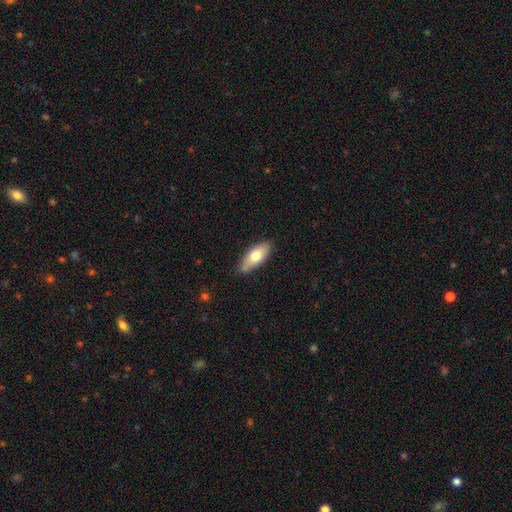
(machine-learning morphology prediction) This is likely a smooth galaxy (70%). How rounded: clearly in between (80%). Merging: likely none (78%).